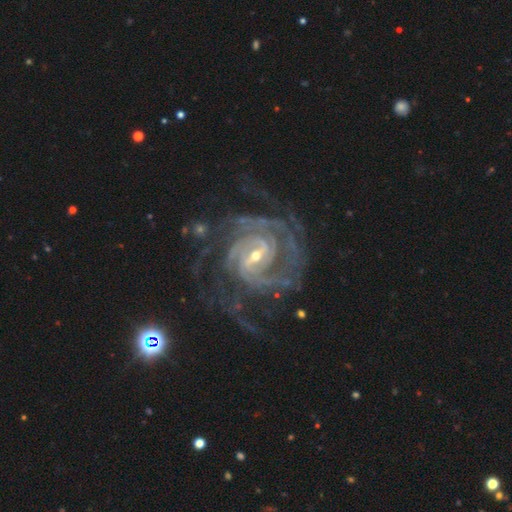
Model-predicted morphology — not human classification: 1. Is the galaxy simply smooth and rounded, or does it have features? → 93% featured or disk, 5% star or artifact, 2% smooth.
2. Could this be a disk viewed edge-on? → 98% no, 2% yes.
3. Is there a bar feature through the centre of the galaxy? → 48% weak, 33% strong, 19% no.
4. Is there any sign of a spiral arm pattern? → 99% yes, 1% no.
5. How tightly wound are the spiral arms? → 65% tight, 30% medium, 5% loose.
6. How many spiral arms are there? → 26% 2, 22% 3, 18% 4, 17% can't tell, 9% more than 4, 8% 1.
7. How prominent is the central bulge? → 66% small, 30% moderate, 2% large, 1% none, 1% dominant.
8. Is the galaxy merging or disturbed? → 63% none, 18% minor disturbance, 17% major disturbance, 2% merger.